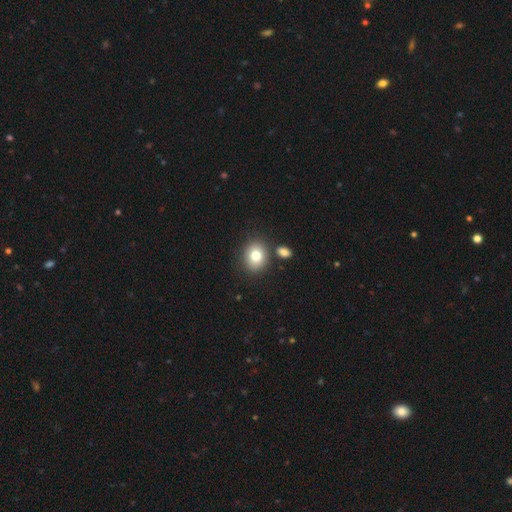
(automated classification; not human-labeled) Q: Smooth or featured?
A: smooth (80%); runner-up: featured or disk (10%)
Q: How rounded?
A: round (58%); runner-up: in between (41%)
Q: Merging?
A: none (76%); runner-up: merger (11%)